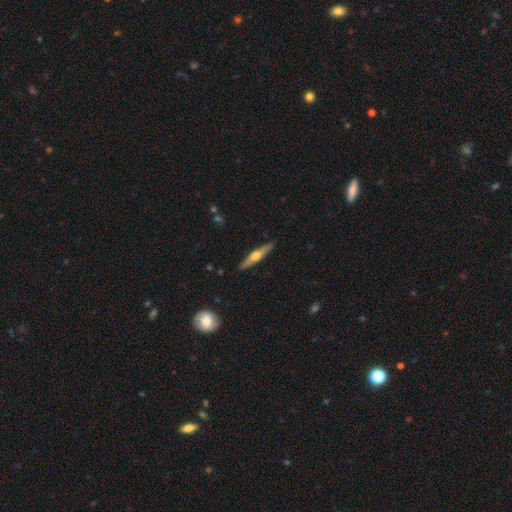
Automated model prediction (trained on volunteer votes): A featured or disk galaxy (61%) viewed edge-on (96%) with a rounded central bulge (92%). Merging: none (90%).